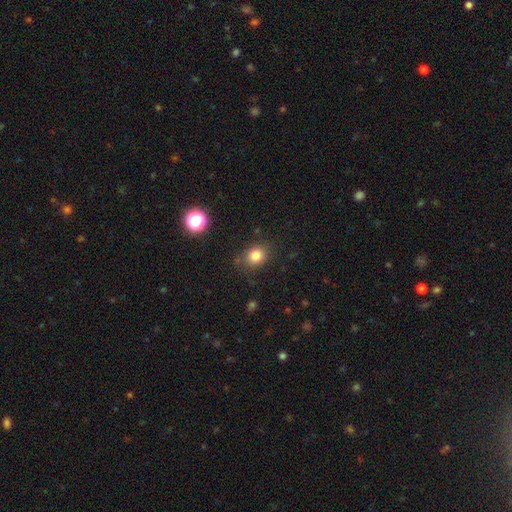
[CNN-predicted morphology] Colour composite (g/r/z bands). It shows a smooth galaxy with no disk features (81%) that is round (60%). Merging: none (80%).